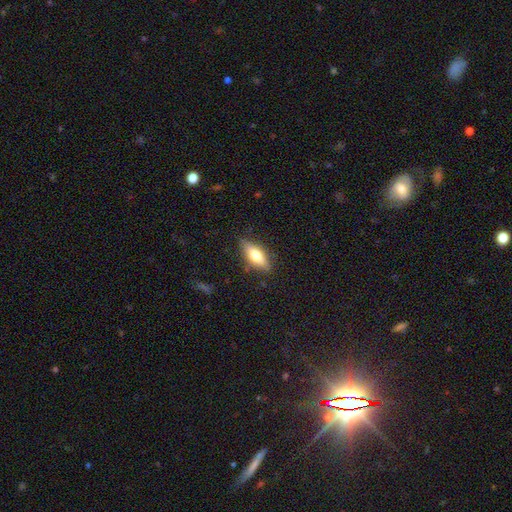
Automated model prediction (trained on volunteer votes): This is likely a smooth galaxy (61%). How rounded: likely in between (69%). Merging: clearly none (83%).